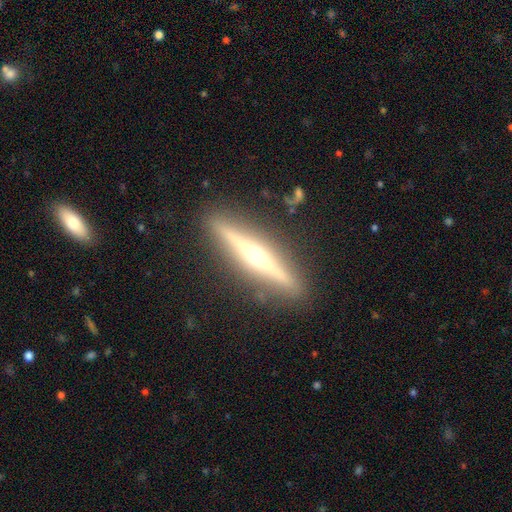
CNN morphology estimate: Overall: featured or disk (79%). Edge-on disk: yes (97%). Edge-on bulge: rounded (94%). Merging: none (90%).